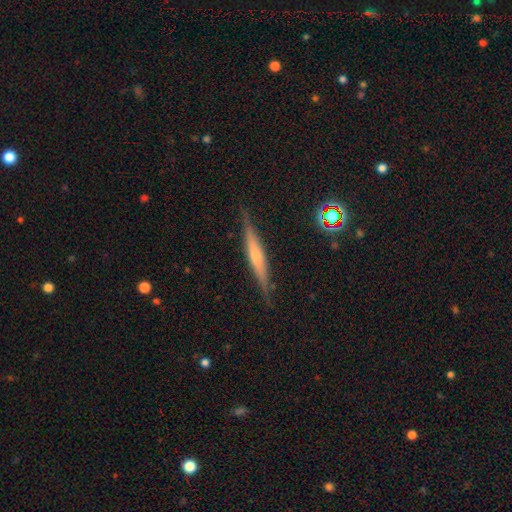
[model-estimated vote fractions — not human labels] Smooth or featured? featured or disk (57%)
Edge-on disk? yes (95%)
Edge-on bulge? rounded (52%)
Merging? none (86%)